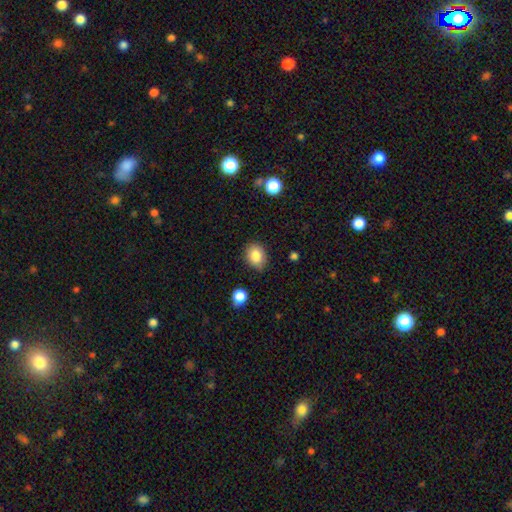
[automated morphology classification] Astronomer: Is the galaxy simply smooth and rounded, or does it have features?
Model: smooth — 84%.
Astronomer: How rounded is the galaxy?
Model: in between — 56% (runner-up: round, 43%).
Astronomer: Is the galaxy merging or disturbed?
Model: none — 79%.